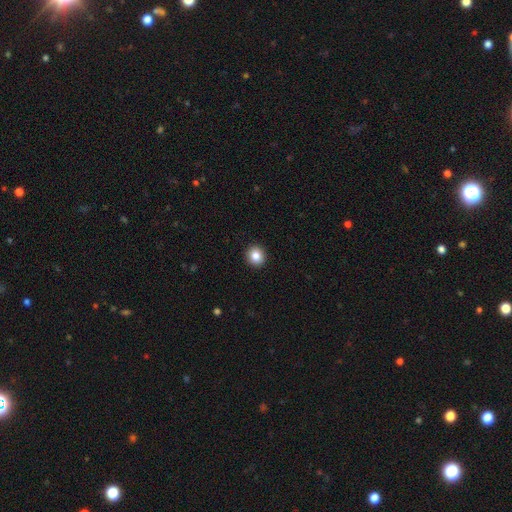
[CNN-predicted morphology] smooth 85%, star or artifact 10%, featured or disk 5%. Down the decision tree: how rounded — round (90%); merging — none (93%).